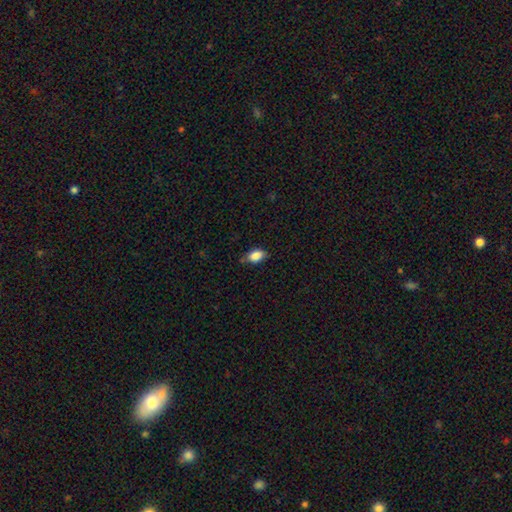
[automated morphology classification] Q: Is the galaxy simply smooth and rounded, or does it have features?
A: smooth — 86%.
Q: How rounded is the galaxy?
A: in between — 86%.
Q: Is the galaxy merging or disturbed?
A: none — 68%.